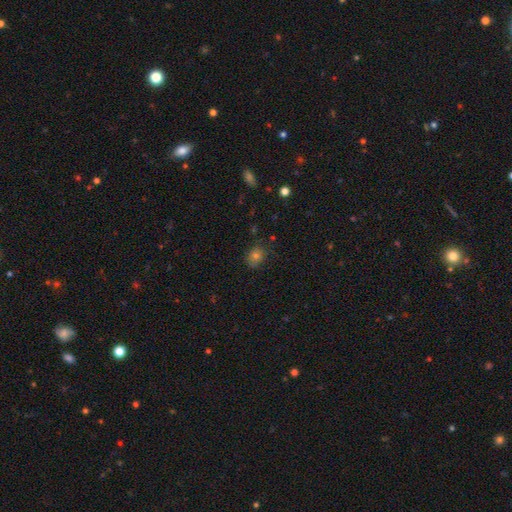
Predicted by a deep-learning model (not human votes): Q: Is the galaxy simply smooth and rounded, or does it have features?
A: smooth — 73%.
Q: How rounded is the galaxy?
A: round — 56%.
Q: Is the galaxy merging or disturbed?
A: none — 79%.